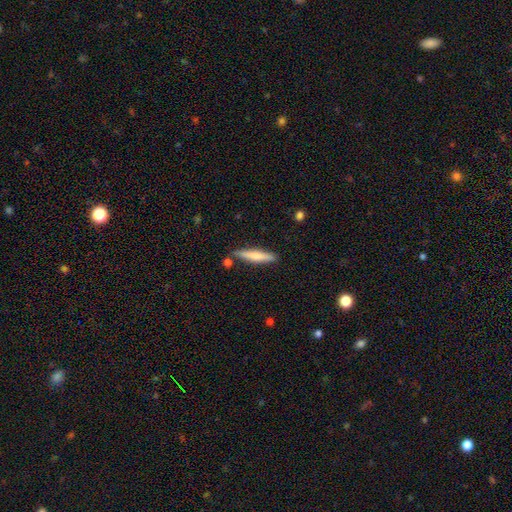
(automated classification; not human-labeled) Q: Smooth or featured?
A: smooth (66%); runner-up: featured or disk (28%)
Q: How rounded?
A: cigar-shaped (91%); runner-up: in between (7%)
Q: Merging?
A: none (82%); runner-up: minor disturbance (11%)